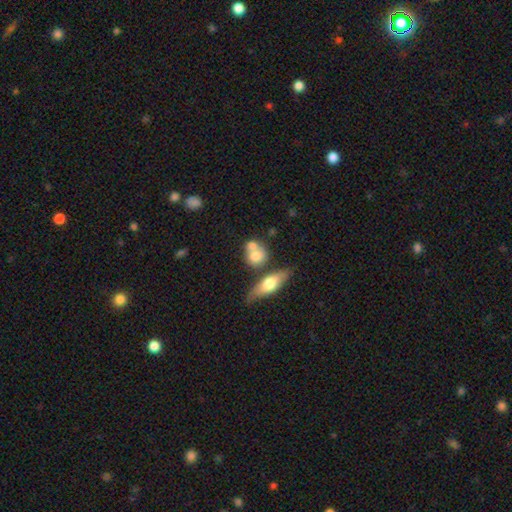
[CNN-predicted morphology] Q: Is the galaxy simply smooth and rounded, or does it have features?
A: smooth — 73%.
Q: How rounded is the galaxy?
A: round — 61%.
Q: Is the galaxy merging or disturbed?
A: merger — 42%.